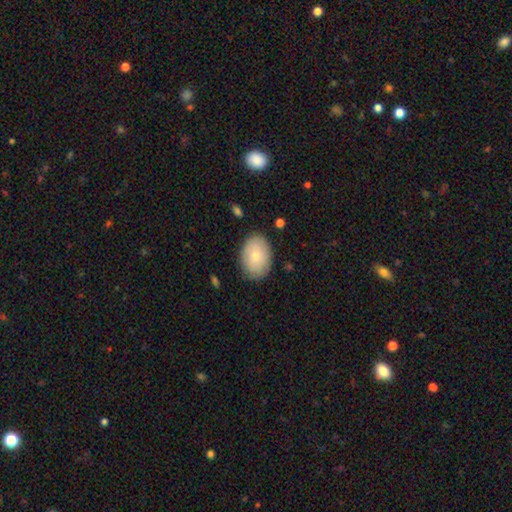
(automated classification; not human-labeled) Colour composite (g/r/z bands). It shows a smooth galaxy with no disk features (77%) that is in between round and cigar-shaped (82%). Merging: none (84%).